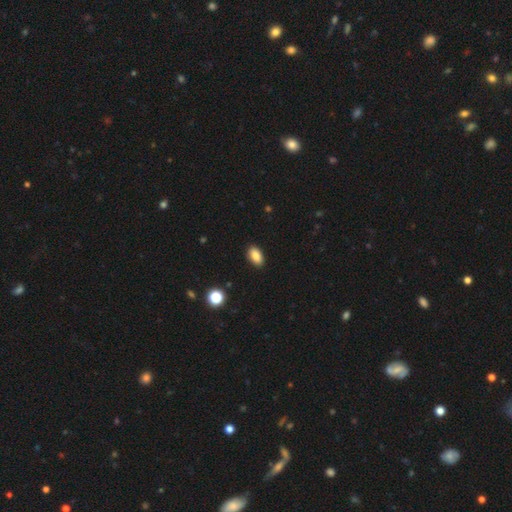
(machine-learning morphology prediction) The model was most divided on "smooth or featured": smooth: 87%, star or artifact: 9%, featured or disk: 5%. More confident: how rounded — in between (92%); merging — none (89%).